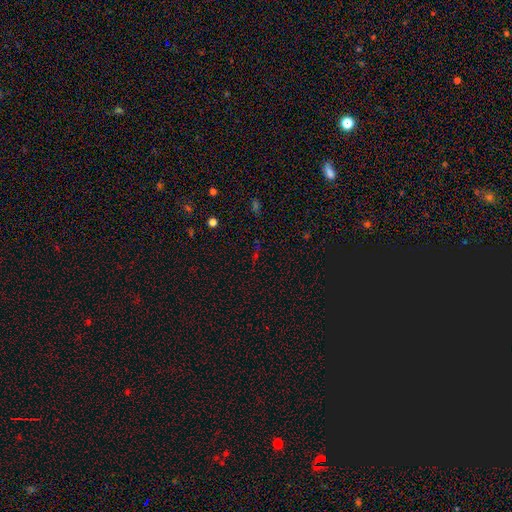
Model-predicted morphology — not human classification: Overall: star or artifact (66%).